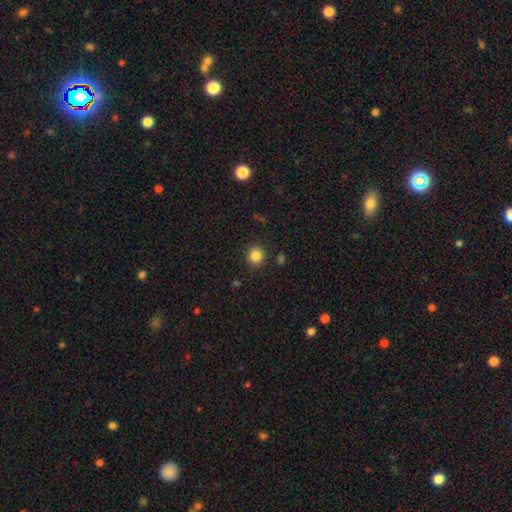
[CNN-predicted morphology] The model was most divided on "smooth or featured": smooth: 85%, star or artifact: 11%, featured or disk: 5%. More confident: merging — none (89%); how rounded — round (88%).